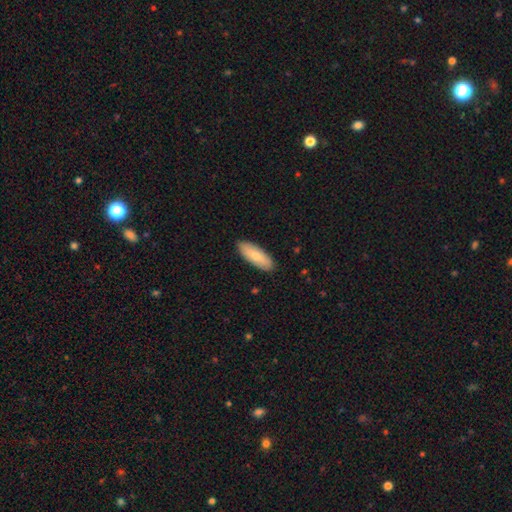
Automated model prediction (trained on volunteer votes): This appears to be a smooth galaxy with no disk features (76%) that is in between round and cigar-shaped (70%). Merging: none (89%).